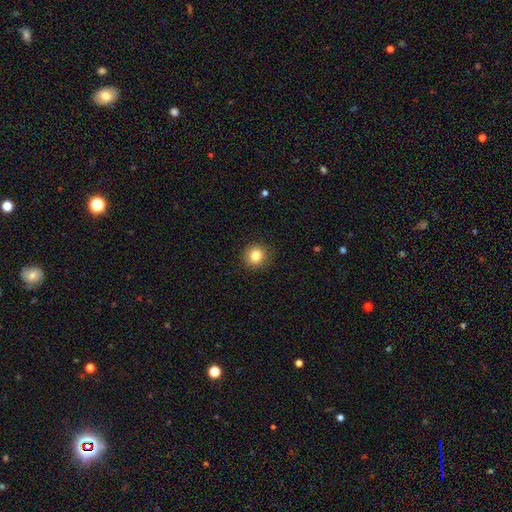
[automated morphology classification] Smooth or featured: smooth — 82% (star or artifact — 11%)
How rounded: round — 92% (in between — 7%)
Merging: none — 91% (minor disturbance — 6%)